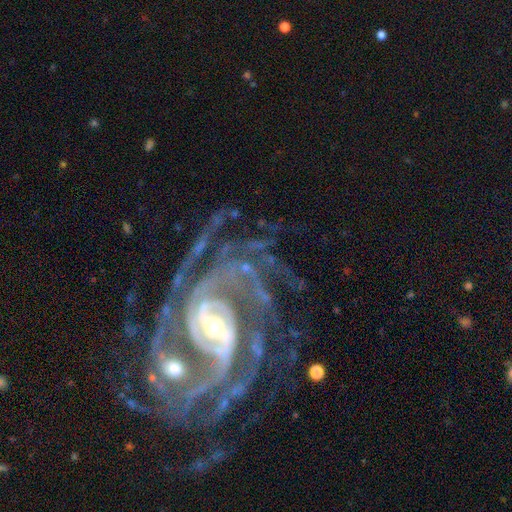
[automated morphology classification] type=featured or disk (91%); edge-on=no (98%); bar=strong (39%); spiral arms=yes (98%); winding=tight (58%); arm count=3 (21%); bulge=small (53%); merging=none (52%).